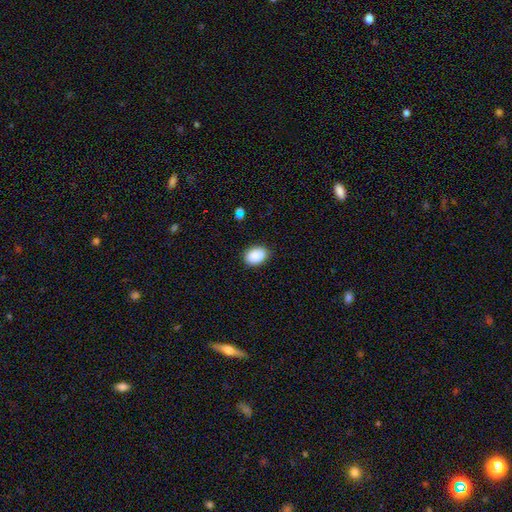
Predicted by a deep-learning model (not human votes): Smooth or featured? Predicted: smooth (p=0.89). How rounded? Predicted: in between (p=0.81). Merging? Predicted: none (p=0.86).